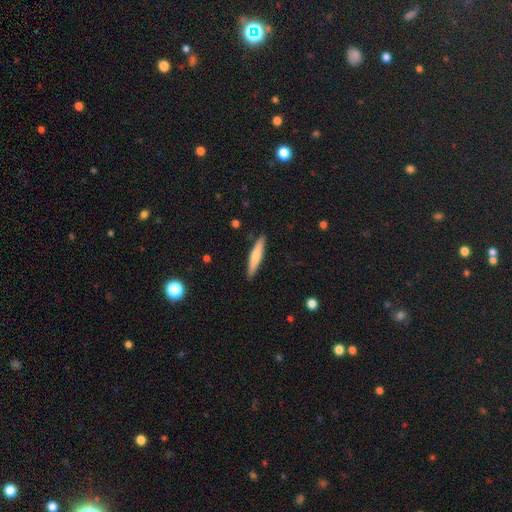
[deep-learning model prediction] Smooth or featured: smooth — 65% (featured or disk — 30%)
How rounded: cigar-shaped — 91% (in between — 8%)
Merging: none — 90% (minor disturbance — 8%)